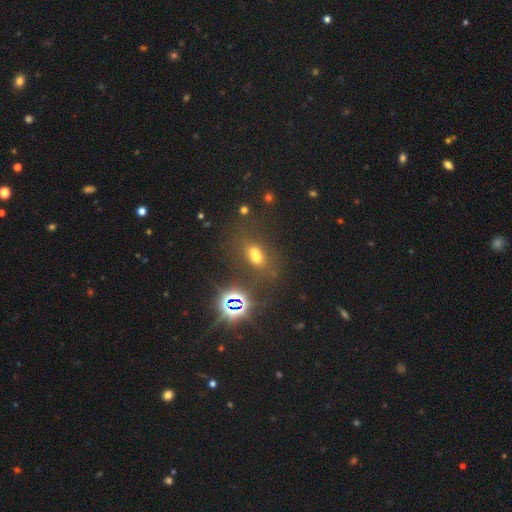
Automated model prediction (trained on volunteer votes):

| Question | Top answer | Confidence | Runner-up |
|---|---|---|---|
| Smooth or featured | smooth | 51% | star or artifact (31%) |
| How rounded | round | 49% | in between (48%) |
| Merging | merger | 50% | none (34%) |